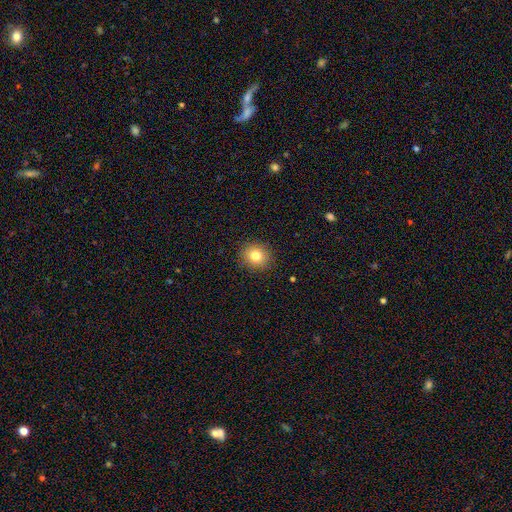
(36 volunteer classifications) Smooth or featured? smooth (78%)
How rounded? round (93%)
Merging? none (91%)